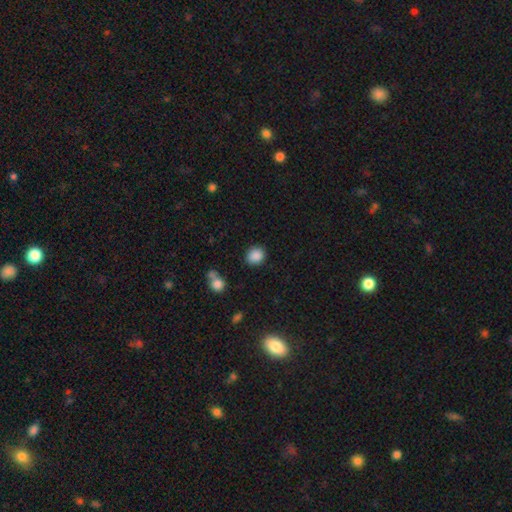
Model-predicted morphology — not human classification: Q: Smooth or featured?
A: smooth (87%); runner-up: star or artifact (9%)
Q: How rounded?
A: round (75%); runner-up: in between (23%)
Q: Merging?
A: none (85%); runner-up: minor disturbance (10%)